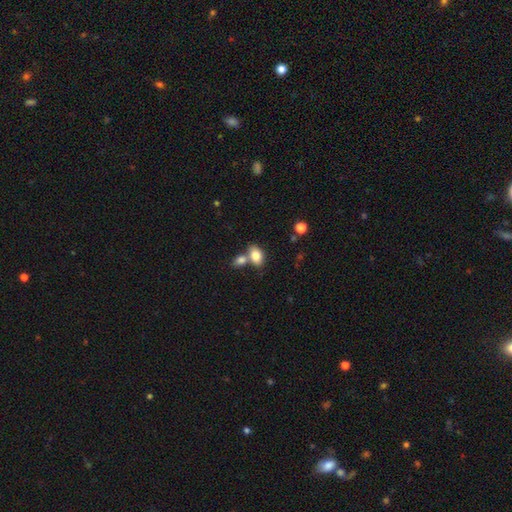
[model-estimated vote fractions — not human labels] Q: Smooth or featured?
A: smooth (81%); runner-up: featured or disk (11%)
Q: How rounded?
A: in between (87%); runner-up: round (11%)
Q: Merging?
A: none (44%); runner-up: merger (42%)